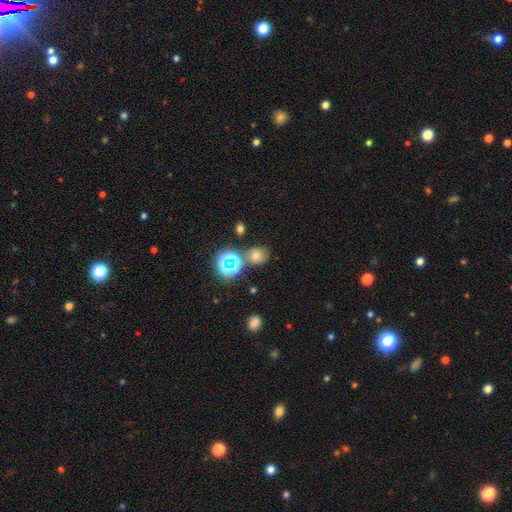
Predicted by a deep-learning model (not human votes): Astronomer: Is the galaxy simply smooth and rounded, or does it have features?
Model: smooth — 61%.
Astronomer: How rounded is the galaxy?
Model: round — 65%.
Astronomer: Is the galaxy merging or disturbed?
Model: none — 69%.